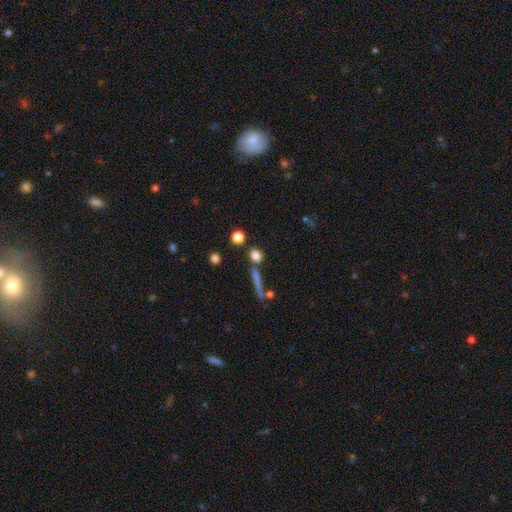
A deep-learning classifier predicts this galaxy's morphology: This appears to be a smooth galaxy with no disk features (79%) that is round (68%). Merging: none (71%).